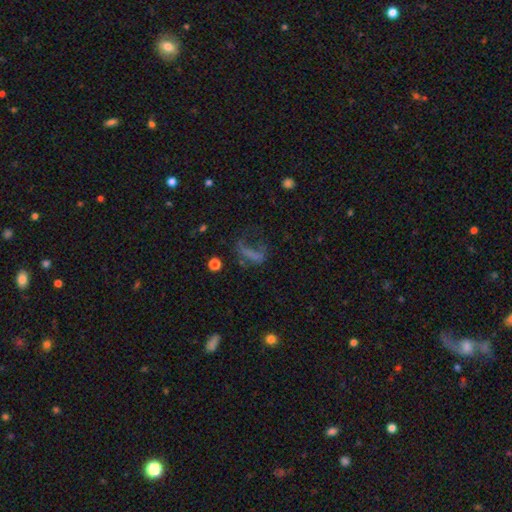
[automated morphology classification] smooth-or-featured: smooth: 42% | featured or disk: 32% | star or artifact: 26%
  merging: major disturbance: 46% | none: 32% | minor disturbance: 15% | merger: 6%